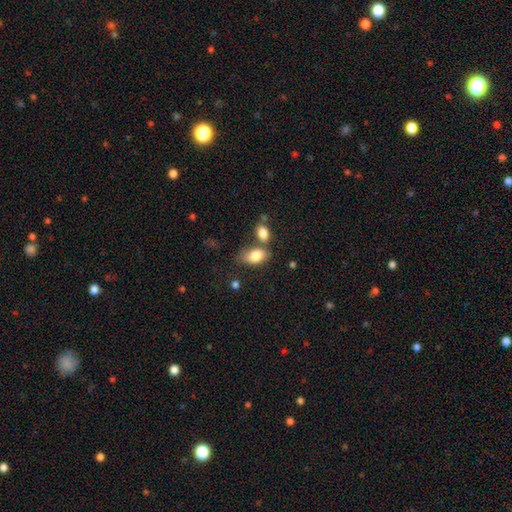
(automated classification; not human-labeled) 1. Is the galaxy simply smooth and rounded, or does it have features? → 83% smooth, 10% featured or disk, 7% star or artifact.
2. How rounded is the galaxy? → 90% in between, 7% round, 2% cigar-shaped.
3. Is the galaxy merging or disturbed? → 51% none, 26% merger, 17% minor disturbance, 6% major disturbance.